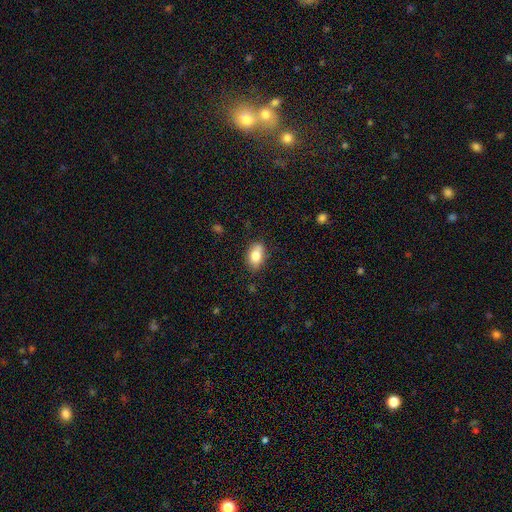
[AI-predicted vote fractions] Smooth or featured: smooth — 80% (featured or disk — 12%)
How rounded: in between — 88% (round — 10%)
Merging: none — 79% (minor disturbance — 16%)